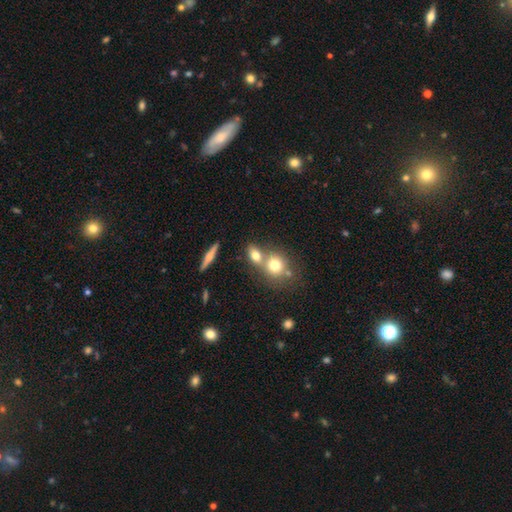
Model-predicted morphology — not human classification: This appears to be a smooth galaxy with no disk features (73%) that is round (57%). Merging: merger (47%).